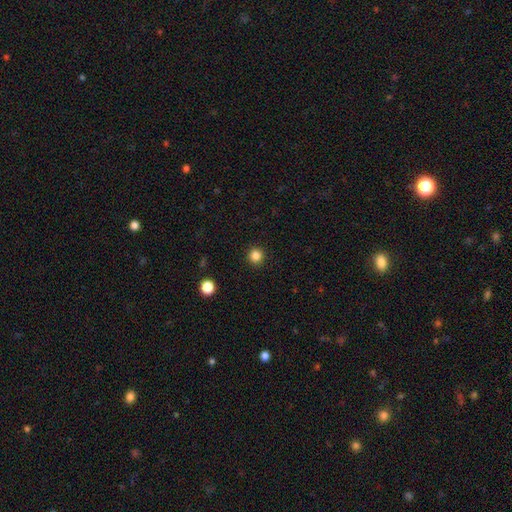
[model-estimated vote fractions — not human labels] A smooth galaxy with no disk features (84%) that is round (95%).

Vote fractions:
- Smooth or featured? smooth: 84% / star or artifact: 12% / featured or disk: 3%
- How rounded? round: 95% / in between: 4% / cigar-shaped: 1%
- Merging? none: 93% / minor disturbance: 5% / major disturbance: 2% / merger: 1%